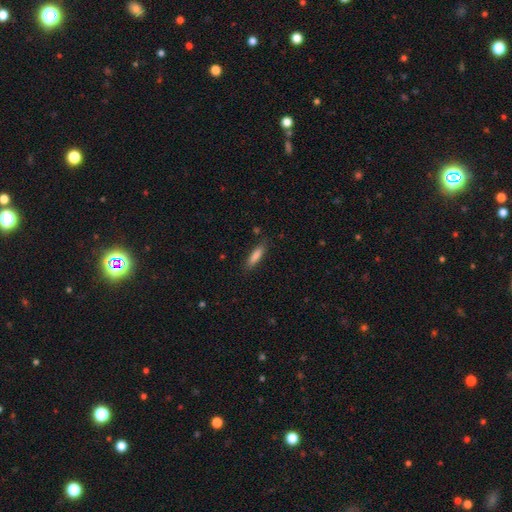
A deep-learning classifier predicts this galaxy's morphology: Q: Smooth or featured?
A: smooth (84%); runner-up: featured or disk (9%)
Q: How rounded?
A: cigar-shaped (67%); runner-up: in between (32%)
Q: Merging?
A: none (84%); runner-up: minor disturbance (12%)